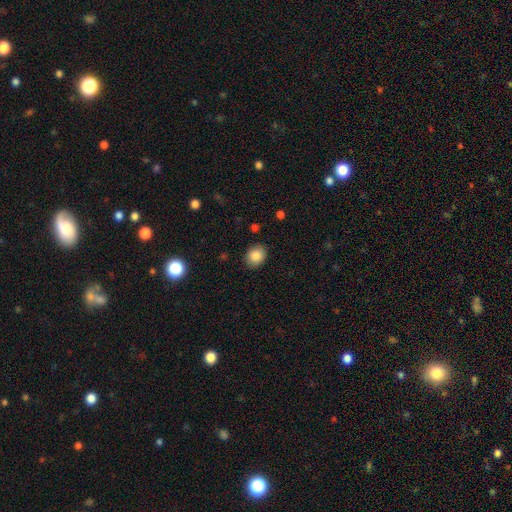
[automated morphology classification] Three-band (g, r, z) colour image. It shows a smooth galaxy with no disk features (85%) that is round (53%). Merging: none (87%).